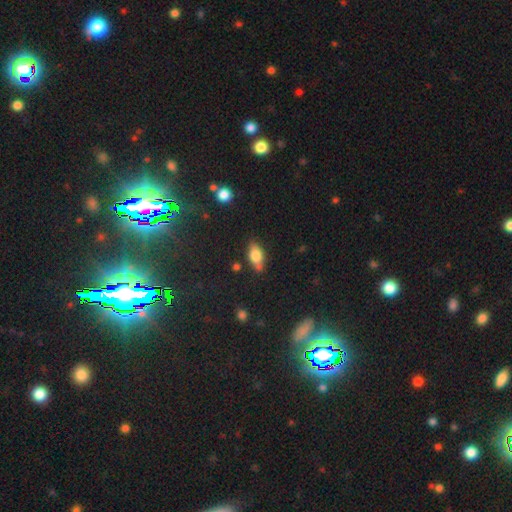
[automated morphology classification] Overall: smooth (71%). How rounded: in between (83%). Merging: none (75%).